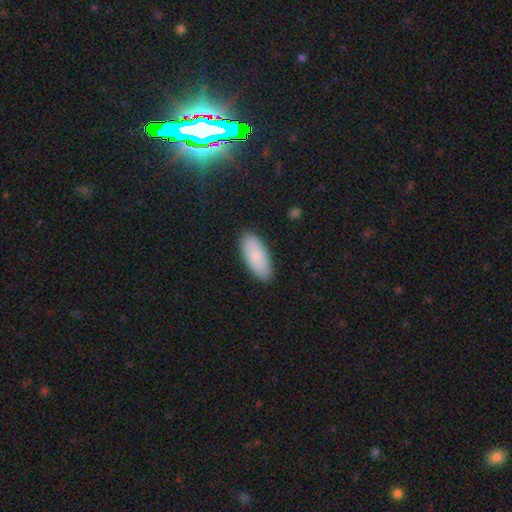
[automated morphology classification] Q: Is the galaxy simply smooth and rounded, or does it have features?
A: smooth — 84%.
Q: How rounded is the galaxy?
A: in between — 87%.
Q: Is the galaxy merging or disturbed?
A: none — 88%.